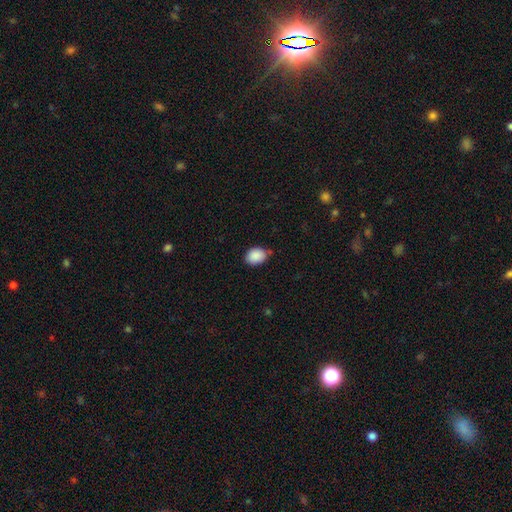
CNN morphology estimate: smooth 89%, star or artifact 8%, featured or disk 3%. Down the decision tree: how rounded — in between (64%); merging — none (74%).